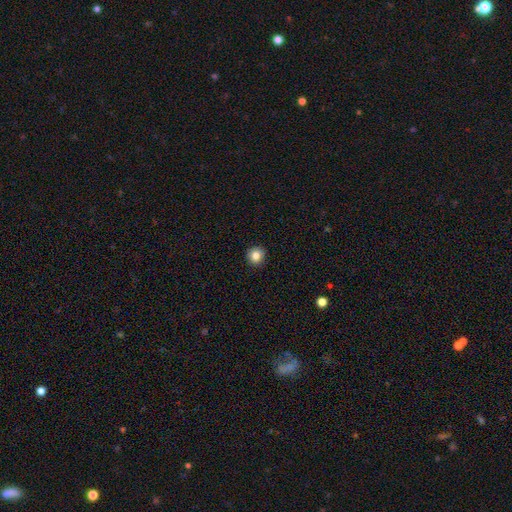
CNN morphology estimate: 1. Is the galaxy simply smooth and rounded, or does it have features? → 84% smooth, 10% star or artifact, 6% featured or disk.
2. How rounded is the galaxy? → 93% round, 6% in between, 1% cigar-shaped.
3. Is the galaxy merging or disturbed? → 92% none, 6% minor disturbance, 2% major disturbance, 1% merger.